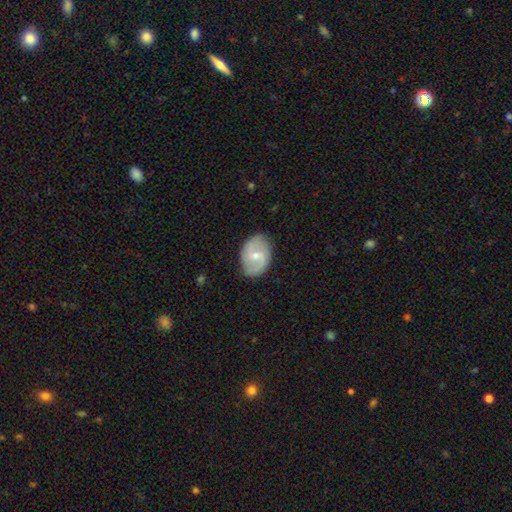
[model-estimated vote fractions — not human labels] Q: Smooth or featured?
A: featured or disk (68%); runner-up: smooth (26%)
Q: Edge-on disk?
A: no (97%); runner-up: yes (3%)
Q: Bar?
A: weak (54%); runner-up: no (34%)
Q: Spiral arms?
A: yes (88%); runner-up: no (12%)
Q: Spiral winding?
A: medium (45%); runner-up: loose (33%)
Q: Spiral arm count?
A: 2 (85%); runner-up: can't tell (8%)
Q: Bulge size?
A: small (55%); runner-up: moderate (41%)
Q: Merging?
A: none (81%); runner-up: minor disturbance (15%)